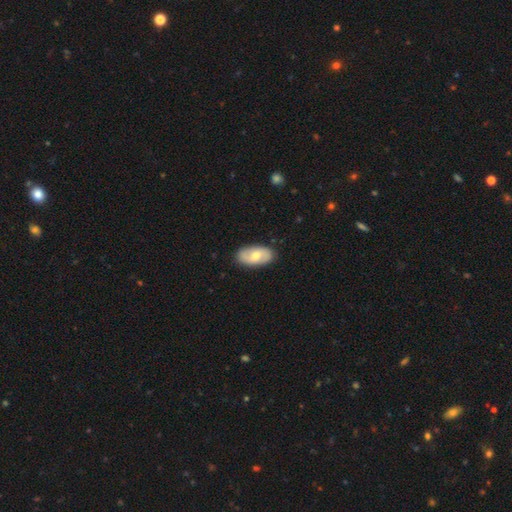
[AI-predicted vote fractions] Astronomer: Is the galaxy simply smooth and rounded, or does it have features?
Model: smooth — 54% (runner-up: featured or disk, 41%).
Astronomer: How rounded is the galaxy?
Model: in between — 93%.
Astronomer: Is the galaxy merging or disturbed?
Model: none — 86%.